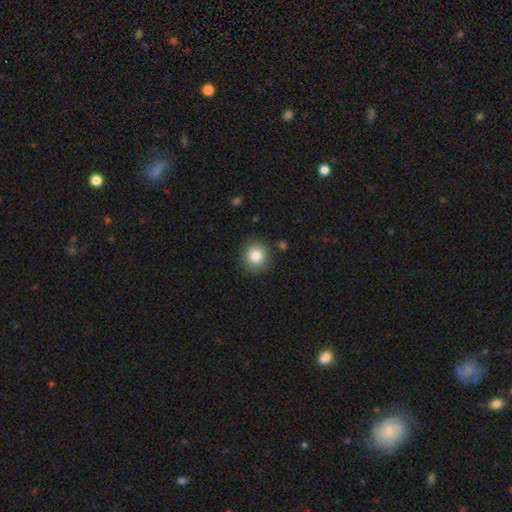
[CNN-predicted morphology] Overall: smooth (83%). How rounded: round (89%). Merging: none (88%).